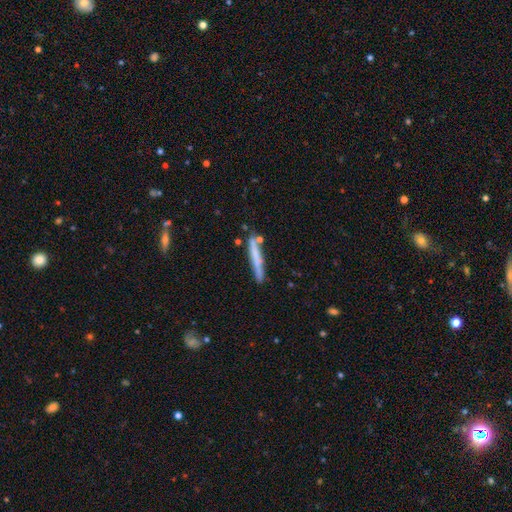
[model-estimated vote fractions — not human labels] A smooth galaxy with no disk features (58%) that is cigar-shaped (95%). Merging: none (78%).